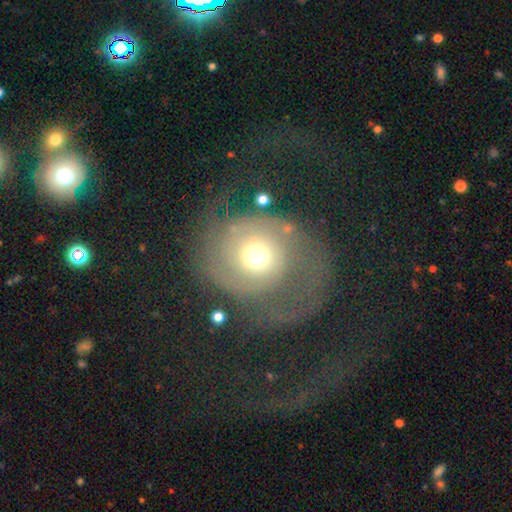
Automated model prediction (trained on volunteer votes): Morphology: type=featured or disk (61%); edge-on=no (97%); bar=no (80%); spiral arms=yes (75%); bulge=moderate (63%); merging=major disturbance (42%).